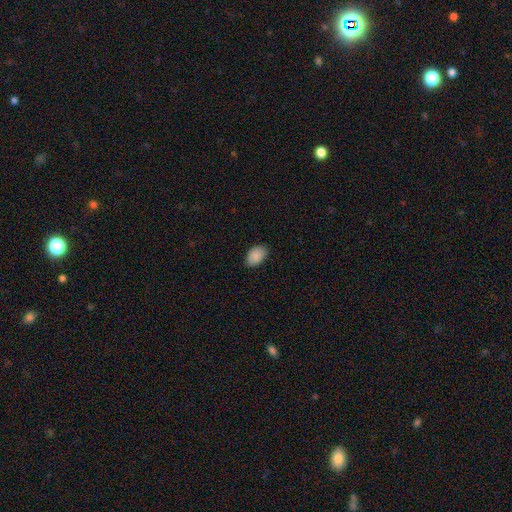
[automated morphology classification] A smooth galaxy with no disk features (89%) that is in between round and cigar-shaped (89%). Merging: none (86%).